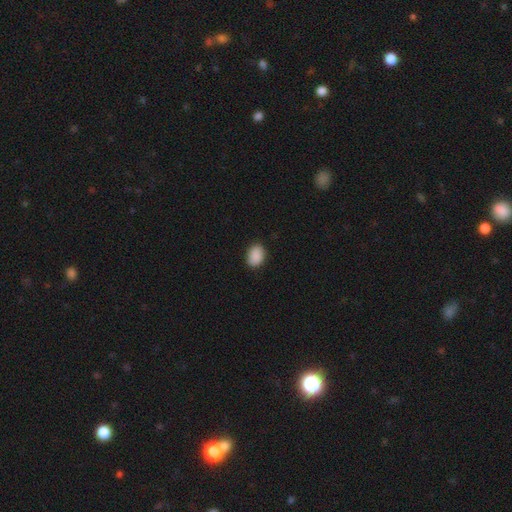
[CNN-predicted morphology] Q: Smooth or featured?
A: smooth (90%); runner-up: star or artifact (8%)
Q: How rounded?
A: in between (78%); runner-up: round (21%)
Q: Merging?
A: none (87%); runner-up: minor disturbance (10%)